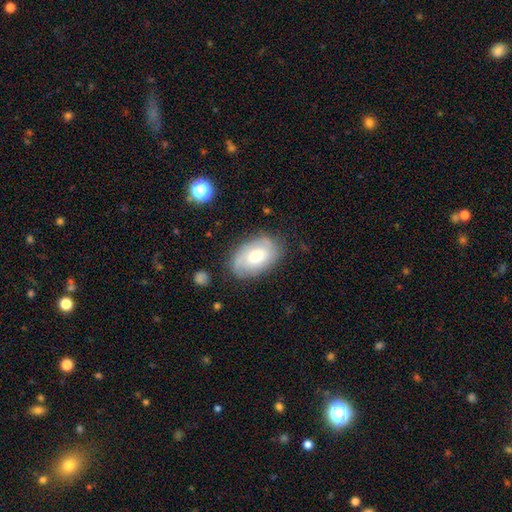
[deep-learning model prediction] Overall: smooth (51%; featured or disk 42%). How rounded: in between (89%). Merging: none (75%).